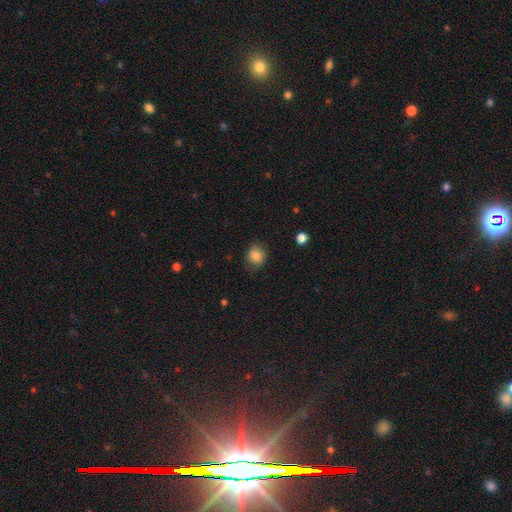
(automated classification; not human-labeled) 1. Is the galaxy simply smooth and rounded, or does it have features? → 83% smooth, 10% star or artifact, 7% featured or disk.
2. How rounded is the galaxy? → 68% round, 31% in between, 1% cigar-shaped.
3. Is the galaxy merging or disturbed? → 77% none, 17% minor disturbance, 5% major disturbance, 1% merger.